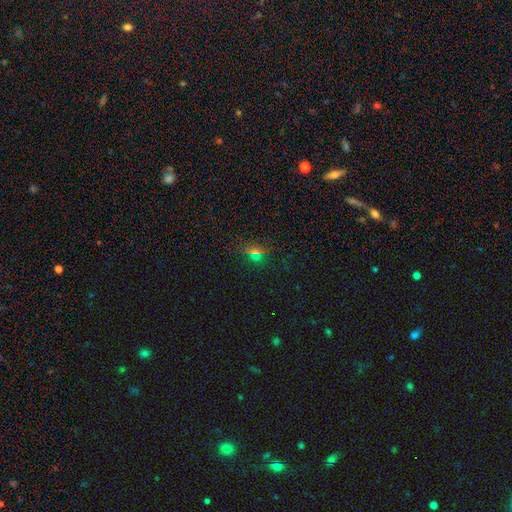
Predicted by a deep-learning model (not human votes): Smooth or featured: smooth — 46% (star or artifact — 45%)
Merging: none — 79% (minor disturbance — 10%)